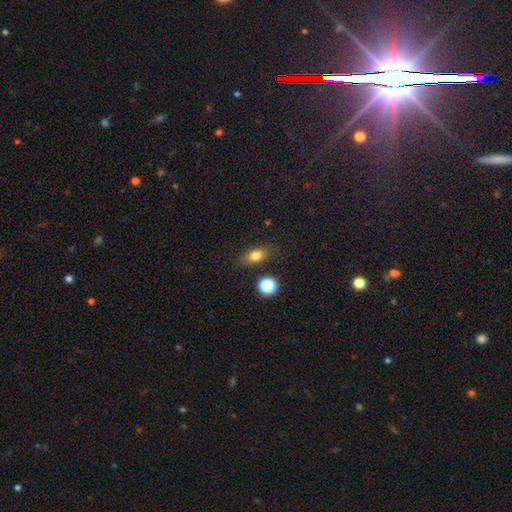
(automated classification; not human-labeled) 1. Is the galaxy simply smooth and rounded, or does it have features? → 76% smooth, 12% featured or disk, 11% star or artifact.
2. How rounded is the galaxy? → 69% in between, 19% round, 11% cigar-shaped.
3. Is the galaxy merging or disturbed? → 80% none, 13% minor disturbance, 4% major disturbance, 4% merger.